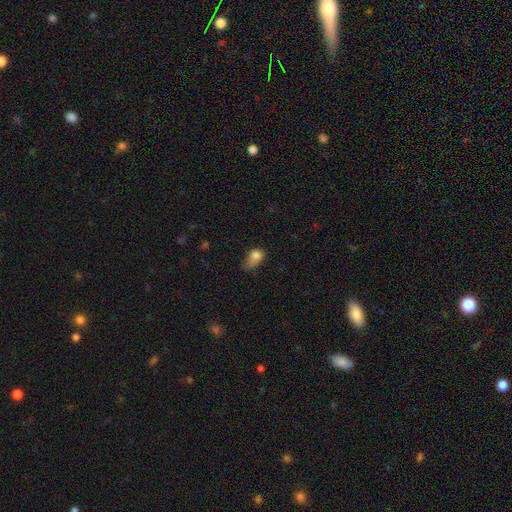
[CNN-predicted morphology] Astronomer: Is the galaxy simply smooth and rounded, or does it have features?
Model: smooth — 78%.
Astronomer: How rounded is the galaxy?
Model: in between — 69%.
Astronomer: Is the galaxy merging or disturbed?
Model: minor disturbance — 38% (runner-up: major disturbance, 36%).